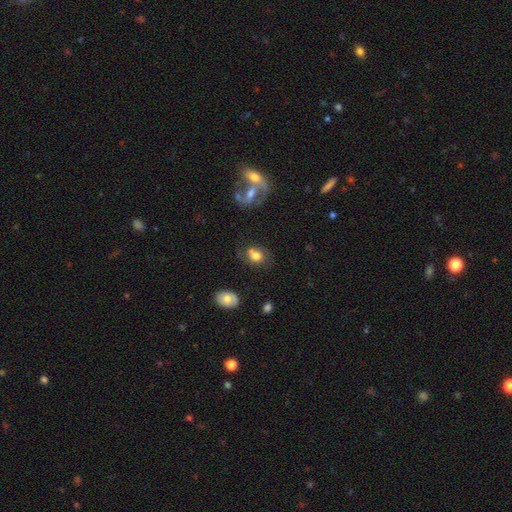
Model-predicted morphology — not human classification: Smooth or featured: smooth — 69% (featured or disk — 20%)
How rounded: round — 52% (in between — 47%)
Merging: none — 48% (merger — 22%)